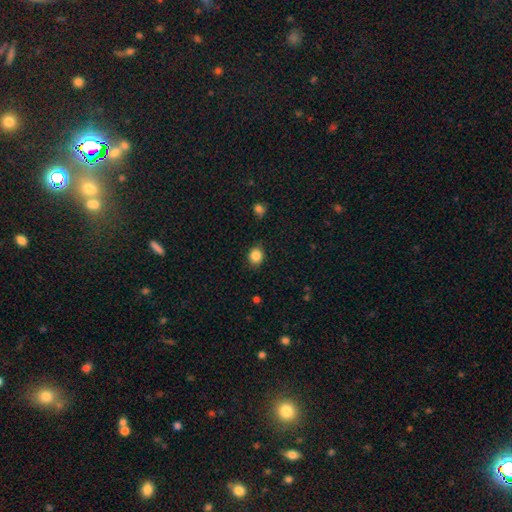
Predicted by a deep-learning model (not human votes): The model was most divided on "how rounded": round: 69%, in between: 30%, cigar-shaped: 1%. More confident: merging — none (87%); smooth or featured — smooth (85%).